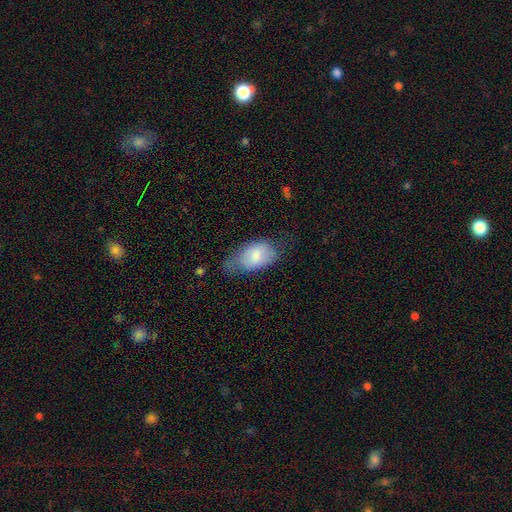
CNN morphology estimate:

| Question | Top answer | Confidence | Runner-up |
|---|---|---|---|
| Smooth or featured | smooth | 76% | featured or disk (17%) |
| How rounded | in between | 92% | round (6%) |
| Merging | minor disturbance | 40% | tied: none (40%) |